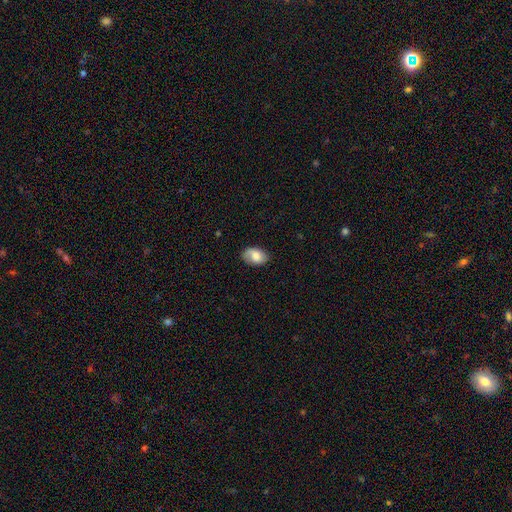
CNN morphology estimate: type=smooth (68%); roundness=in between (86%); merging=none (74%).